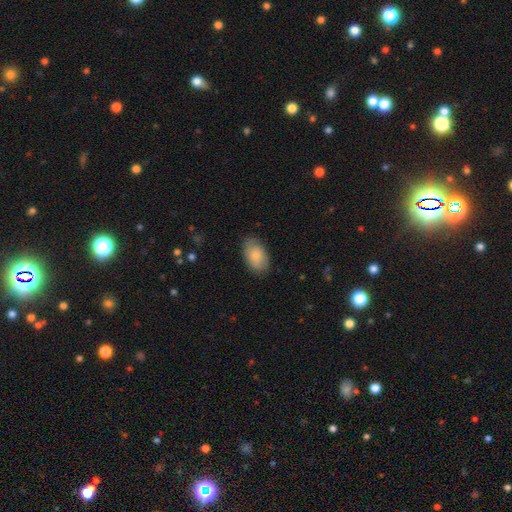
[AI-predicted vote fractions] Smooth or featured? Predicted: smooth (p=0.82). How rounded? Predicted: in between (p=0.94). Merging? Predicted: none (p=0.81).